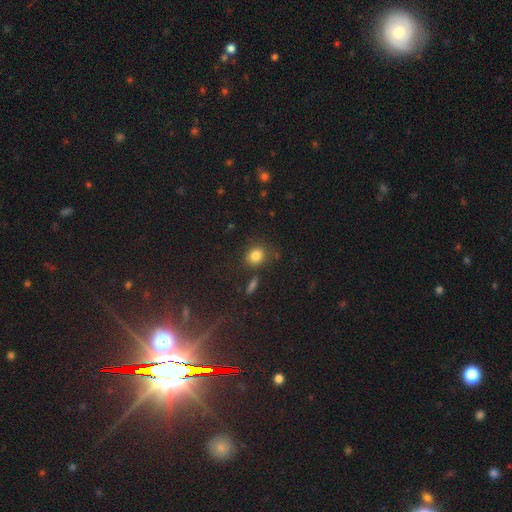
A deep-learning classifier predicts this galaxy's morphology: smooth 82%, star or artifact 12%, featured or disk 7%. Down the decision tree: how rounded — round (76%); merging — none (74%).